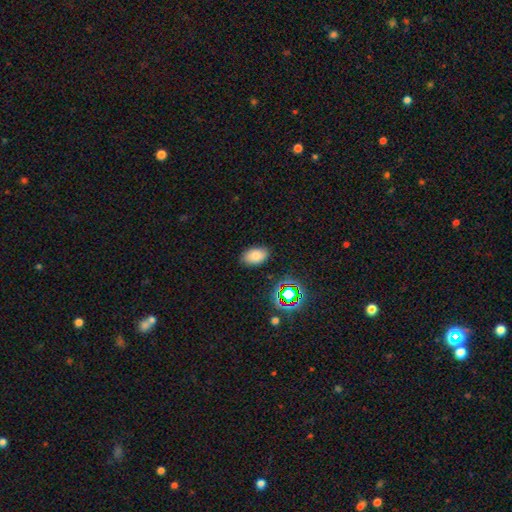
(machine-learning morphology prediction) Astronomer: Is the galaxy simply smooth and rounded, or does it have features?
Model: smooth — 75%.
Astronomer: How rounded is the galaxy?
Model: in between — 91%.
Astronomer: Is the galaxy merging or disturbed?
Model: none — 83%.